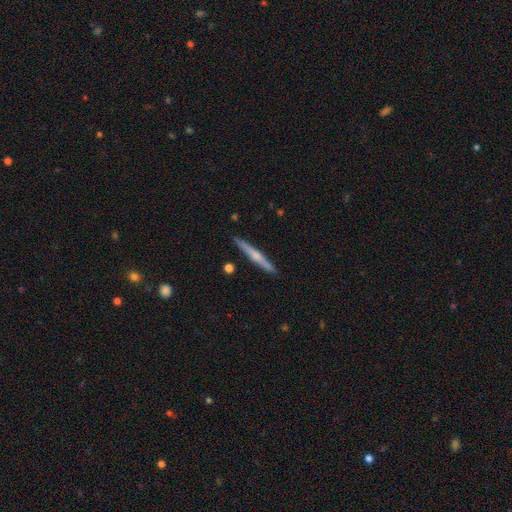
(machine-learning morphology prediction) smooth_or_featured: featured or disk (p=0.55) [alt: smooth p=0.39]
disk_edge_on: yes (p=0.97) [alt: no p=0.03]
edge_on_bulge: rounded (p=0.68) [alt: none p=0.26]
merging: none (p=0.90) [alt: minor disturbance p=0.07]